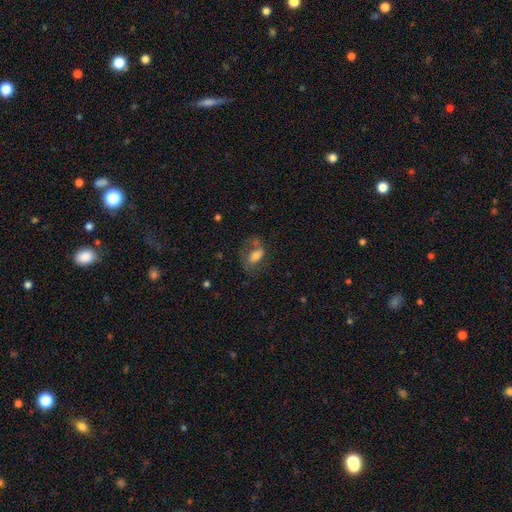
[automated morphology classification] smooth-or-featured: smooth: 56% | featured or disk: 34% | star or artifact: 10%
  how-rounded: in between: 83% | round: 11% | cigar-shaped: 6%
  merging: none: 42% | major disturbance: 27% | minor disturbance: 23% | merger: 7%